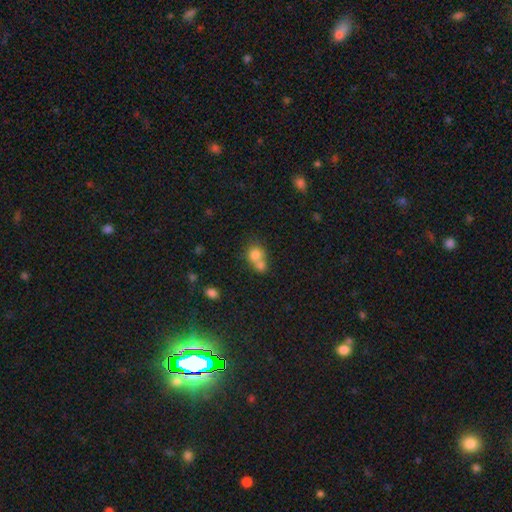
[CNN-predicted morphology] Smooth or featured: smooth — 75% (featured or disk — 13%)
How rounded: round — 76% (in between — 23%)
Merging: merger — 63% (none — 28%)